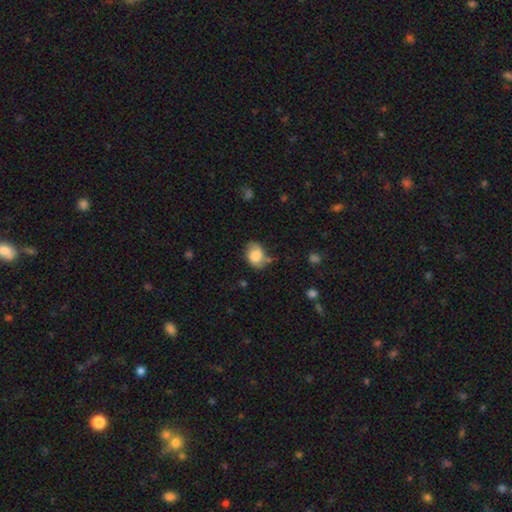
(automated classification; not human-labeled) Q: Smooth or featured?
A: smooth (79%); runner-up: featured or disk (13%)
Q: How rounded?
A: in between (72%); runner-up: round (27%)
Q: Merging?
A: none (59%); runner-up: minor disturbance (27%)